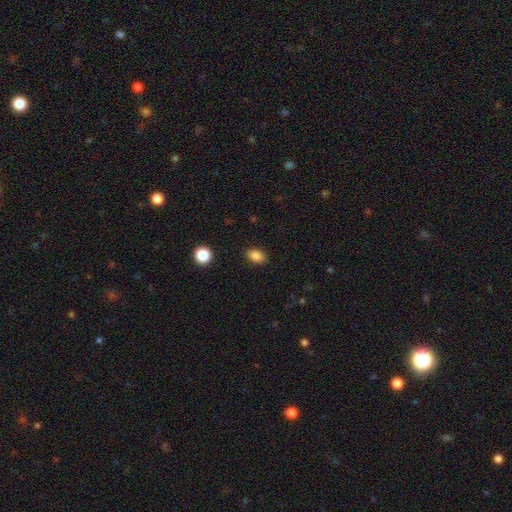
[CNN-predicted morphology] This appears to be a smooth galaxy with no disk features (86%) that is in between round and cigar-shaped (81%). Merging: none (89%).